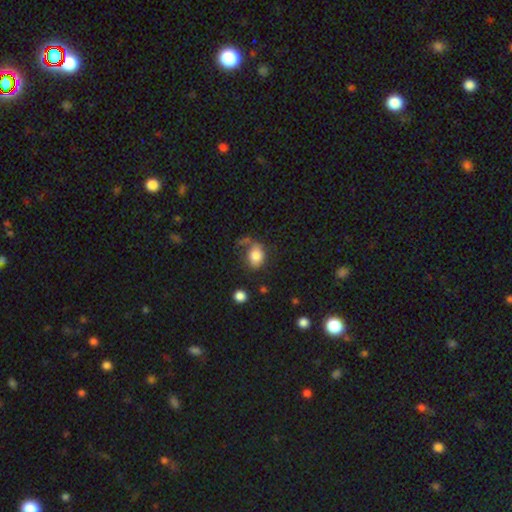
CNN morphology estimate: This appears to be a smooth galaxy with no disk features (79%) that is in between round and cigar-shaped (66%). Merging: none (46%).